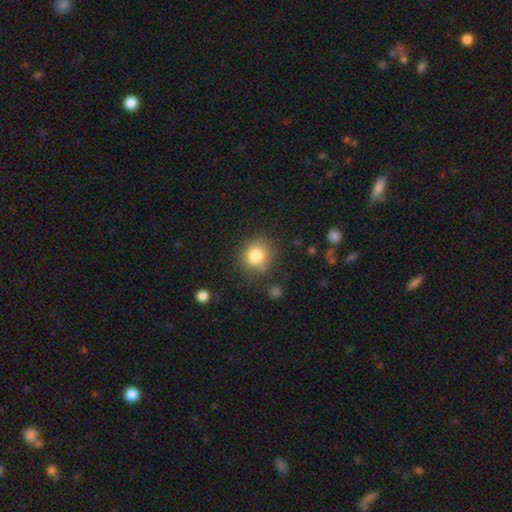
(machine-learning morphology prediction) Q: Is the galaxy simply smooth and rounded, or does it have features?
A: smooth — 82%.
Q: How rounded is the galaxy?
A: round — 82%.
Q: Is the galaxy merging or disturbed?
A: none — 78%.